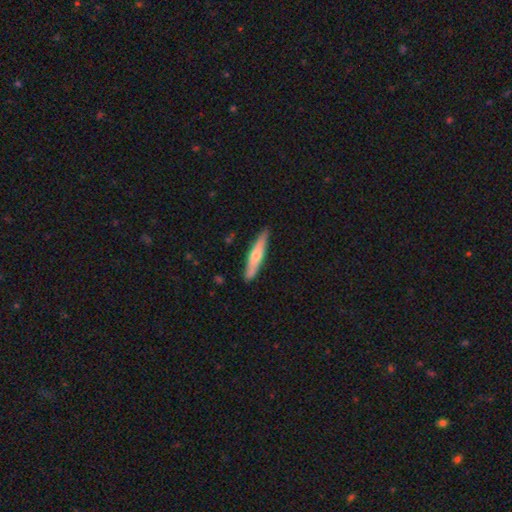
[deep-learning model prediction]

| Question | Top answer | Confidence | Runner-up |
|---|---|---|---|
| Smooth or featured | smooth | 55% | featured or disk (40%) |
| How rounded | cigar-shaped | 89% | in between (10%) |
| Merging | none | 87% | minor disturbance (10%) |